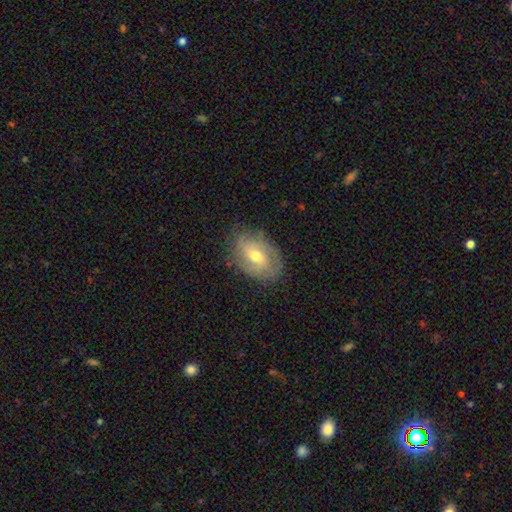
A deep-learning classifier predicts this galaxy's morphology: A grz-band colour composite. It shows a featured or disk galaxy (56%) with no bar (47%), spiral arms (72%) and a moderate central bulge (64%). Merging: none (75%).